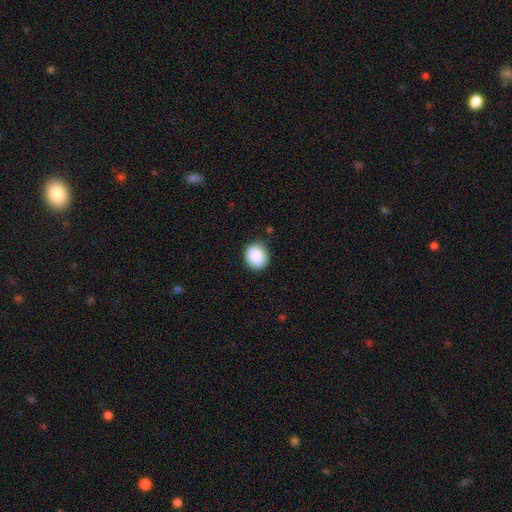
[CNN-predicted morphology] Overall: smooth (88%). How rounded: round (77%). Merging: none (83%).